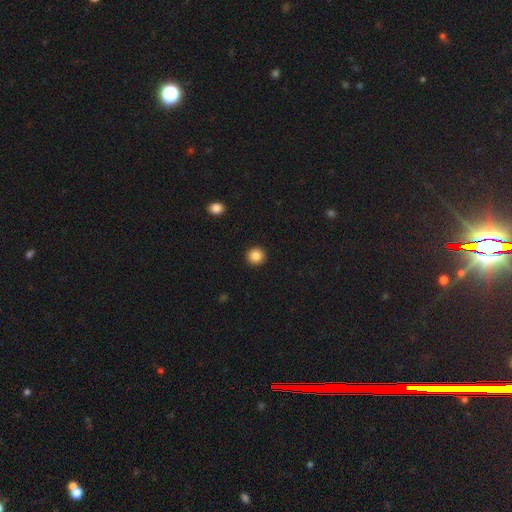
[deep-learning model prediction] Smooth or featured? smooth (86%)
How rounded? round (93%)
Merging? none (93%)